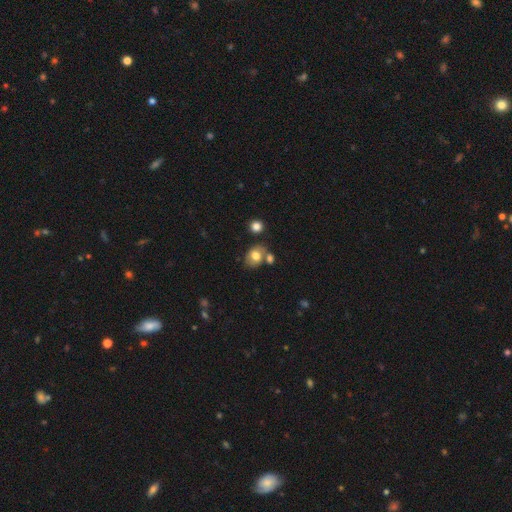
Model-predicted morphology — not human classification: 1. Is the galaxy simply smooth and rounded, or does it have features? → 74% smooth, 17% featured or disk, 10% star or artifact.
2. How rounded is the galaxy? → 53% in between, 46% round, 1% cigar-shaped.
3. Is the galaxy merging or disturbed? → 59% none, 21% merger, 15% minor disturbance, 5% major disturbance.